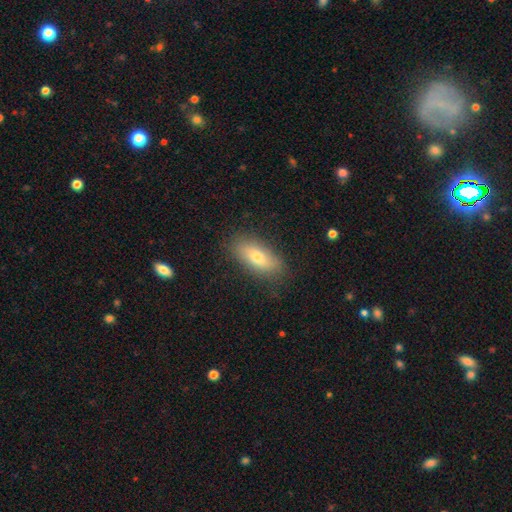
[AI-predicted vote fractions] smooth_or_featured: smooth (p=0.70) [alt: featured or disk p=0.22]
how_rounded: in between (p=0.79) [alt: cigar-shaped p=0.18]
merging: none (p=0.84) [alt: minor disturbance p=0.12]